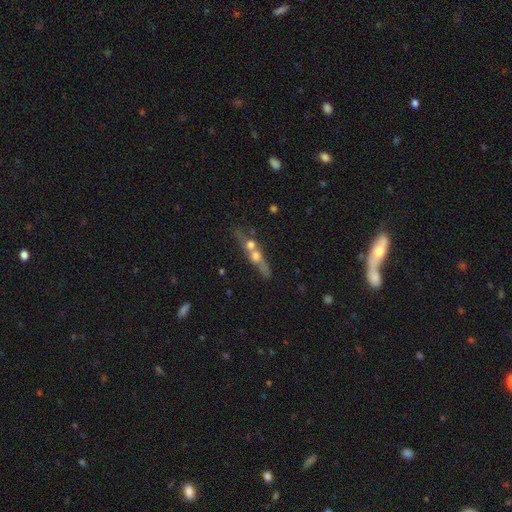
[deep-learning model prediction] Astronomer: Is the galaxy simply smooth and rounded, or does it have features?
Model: featured or disk — 51% (runner-up: smooth, 39%).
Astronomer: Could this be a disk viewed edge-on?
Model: yes — 61% (runner-up: no, 39%).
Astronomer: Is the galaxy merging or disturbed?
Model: merger — 45% (runner-up: none, 38%).